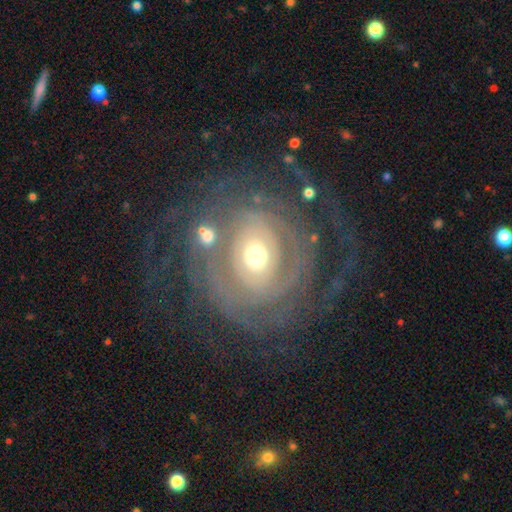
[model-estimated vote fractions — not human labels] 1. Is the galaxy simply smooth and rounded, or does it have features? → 82% featured or disk, 12% smooth, 6% star or artifact.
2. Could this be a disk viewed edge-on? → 97% no, 3% yes.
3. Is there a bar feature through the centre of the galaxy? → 75% no, 17% weak, 8% strong.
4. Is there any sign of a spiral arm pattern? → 82% yes, 18% no.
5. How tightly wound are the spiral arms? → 68% tight, 21% medium, 11% loose.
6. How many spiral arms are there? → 37% can't tell, 21% 2, 14% 3, 10% 4, 9% more than 4, 9% 1.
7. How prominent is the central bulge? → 67% moderate, 16% small, 14% large, 2% dominant, 1% none.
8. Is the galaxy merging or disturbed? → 66% none, 15% minor disturbance, 15% major disturbance, 5% merger.